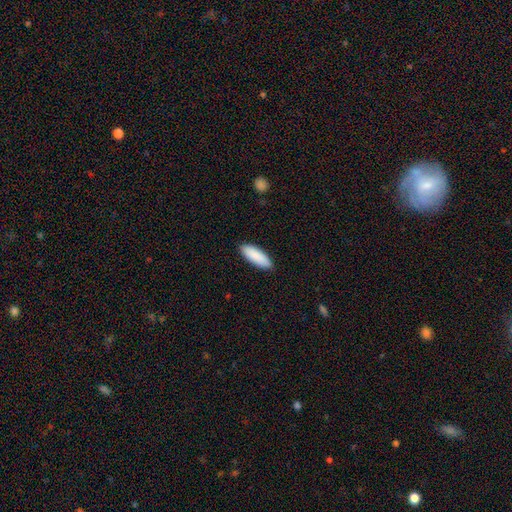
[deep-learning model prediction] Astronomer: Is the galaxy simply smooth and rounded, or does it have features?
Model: smooth — 90%.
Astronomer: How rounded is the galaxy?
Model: in between — 67%.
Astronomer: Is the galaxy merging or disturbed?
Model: none — 89%.